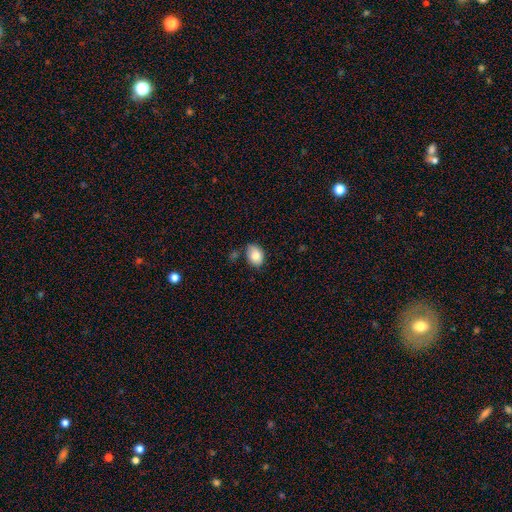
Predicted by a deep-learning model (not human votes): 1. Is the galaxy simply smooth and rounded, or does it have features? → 82% smooth, 10% featured or disk, 8% star or artifact.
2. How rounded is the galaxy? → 74% in between, 25% round, 1% cigar-shaped.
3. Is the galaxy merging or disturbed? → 66% none, 23% minor disturbance, 6% merger, 5% major disturbance.